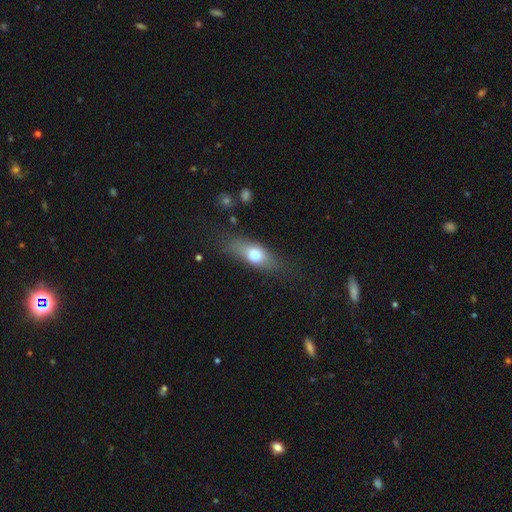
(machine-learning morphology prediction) smooth-or-featured: smooth: 66% | featured or disk: 26% | star or artifact: 8%
  how-rounded: in between: 64% | cigar-shaped: 29% | round: 7%
  merging: none: 72% | minor disturbance: 19% | major disturbance: 8% | merger: 2%